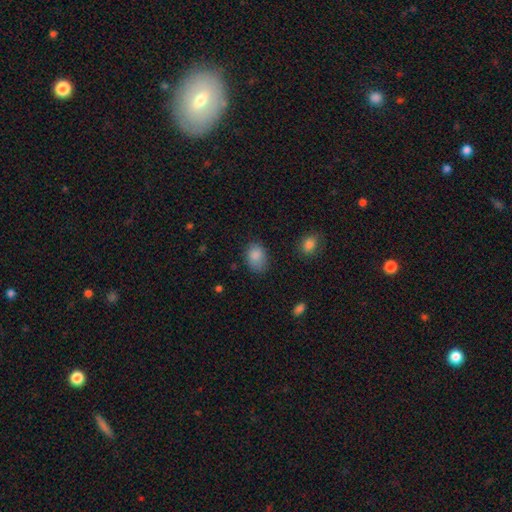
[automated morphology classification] Smooth or featured? smooth (86%)
How rounded? in between (75%)
Merging? none (71%)